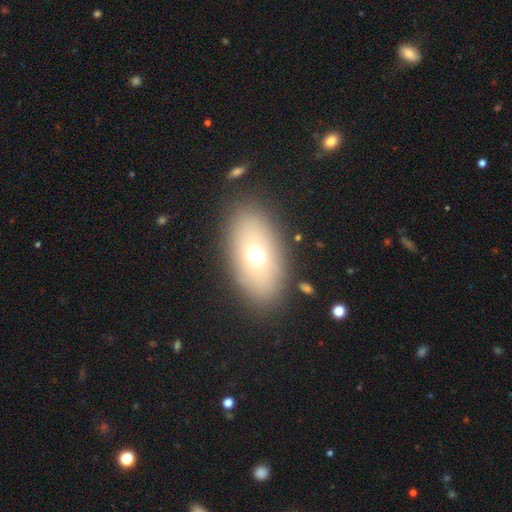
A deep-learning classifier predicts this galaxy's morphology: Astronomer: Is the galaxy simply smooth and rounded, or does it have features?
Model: smooth — 65%.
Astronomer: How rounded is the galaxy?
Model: in between — 83%.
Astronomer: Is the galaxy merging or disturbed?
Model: none — 84%.